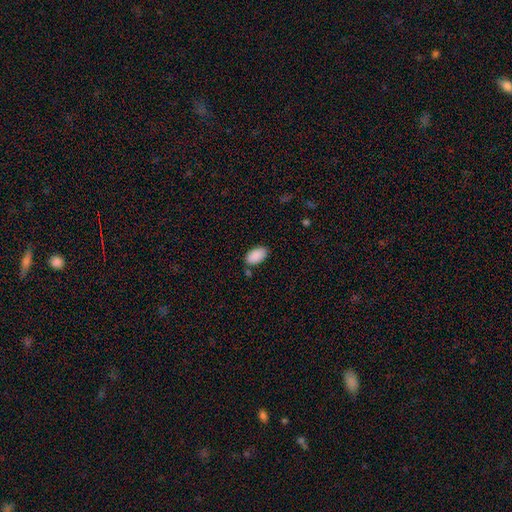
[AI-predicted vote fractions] smooth_or_featured: smooth (p=0.90) [alt: star or artifact p=0.07]
how_rounded: in between (p=0.95) [alt: round p=0.03]
merging: none (p=0.81) [alt: minor disturbance p=0.12]